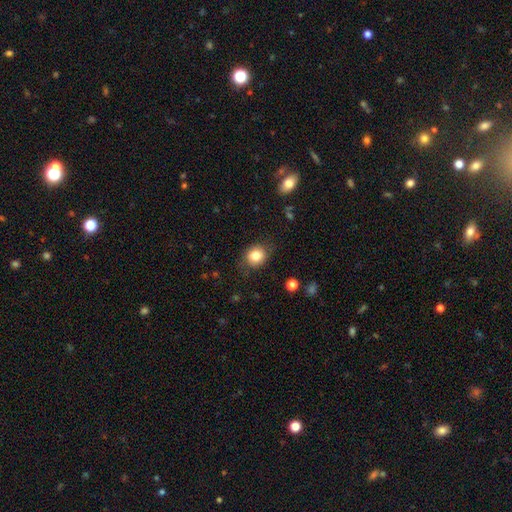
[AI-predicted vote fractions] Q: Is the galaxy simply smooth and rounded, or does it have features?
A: smooth — 83%.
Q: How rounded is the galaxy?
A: round — 73%.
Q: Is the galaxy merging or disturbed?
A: none — 81%.